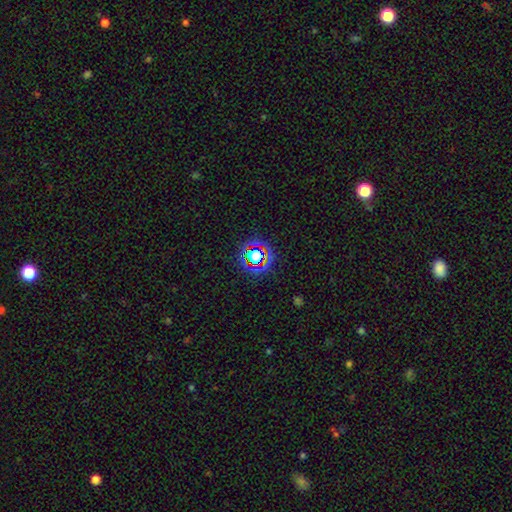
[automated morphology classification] smooth-or-featured: star or artifact: 60% | smooth: 28% | featured or disk: 12%